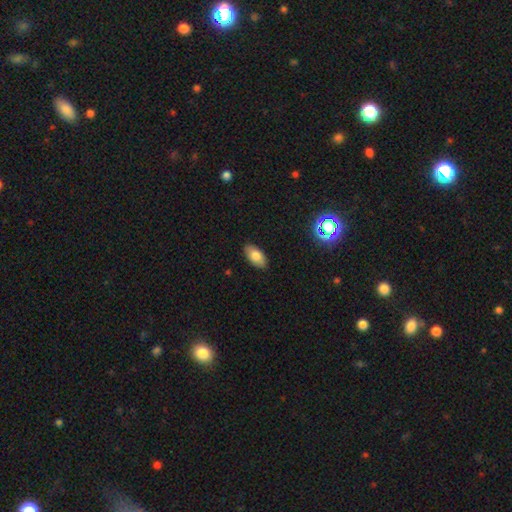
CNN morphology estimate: A smooth galaxy with no disk features (80%) that is in between round and cigar-shaped (94%). Merging: none (88%).